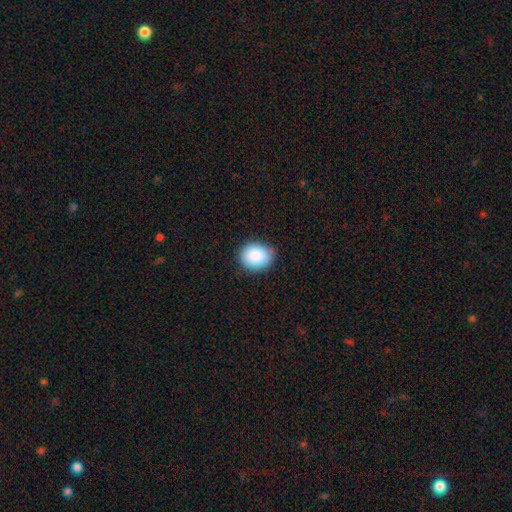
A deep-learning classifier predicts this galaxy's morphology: The model was most divided on "how rounded": round: 54%, in between: 45%, cigar-shaped: 1%. More confident: smooth or featured — smooth (89%); merging — none (83%).